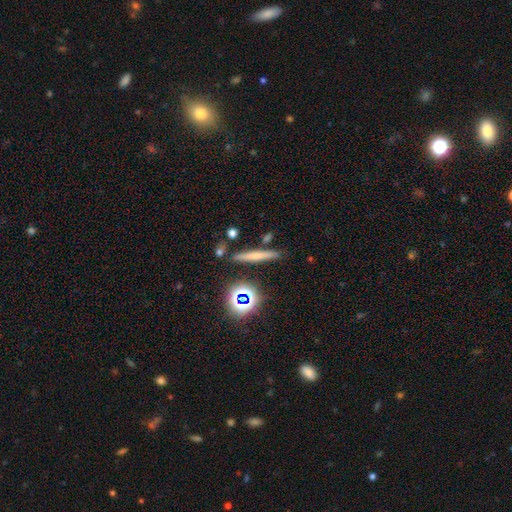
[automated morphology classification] This is possibly a smooth galaxy (58%). How rounded: clearly cigar-shaped (90%). Merging: clearly none (85%).